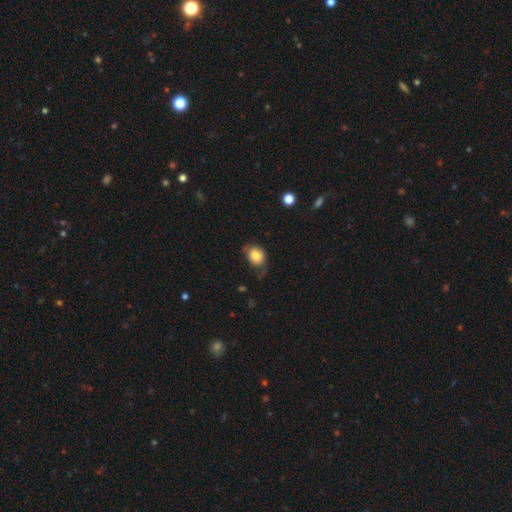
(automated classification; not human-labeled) Smooth or featured: smooth — 80% (featured or disk — 12%)
How rounded: round — 50% (in between — 49%)
Merging: none — 48% (minor disturbance — 33%)